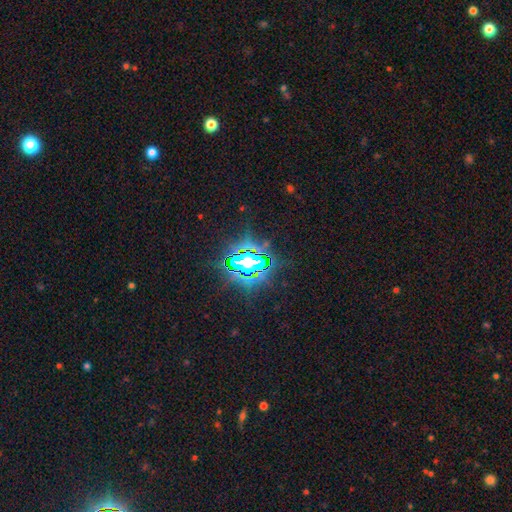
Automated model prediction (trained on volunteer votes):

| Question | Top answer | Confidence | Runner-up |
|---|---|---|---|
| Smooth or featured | star or artifact | 85% | smooth (8%) |